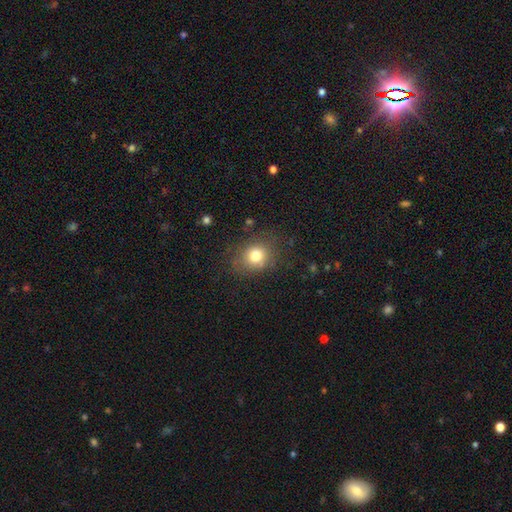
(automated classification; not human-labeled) Overall: smooth (78%). How rounded: round (68%; in between 31%). Merging: none (78%).